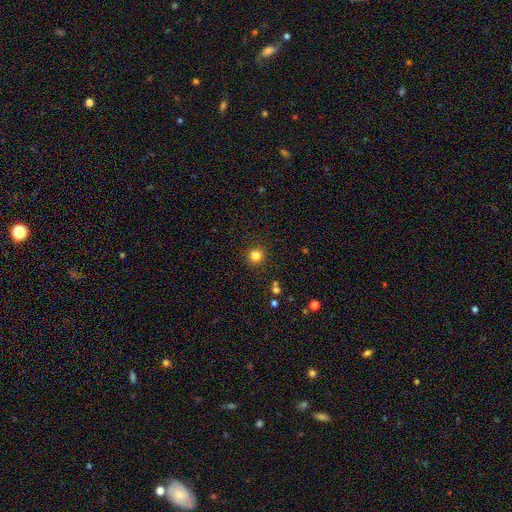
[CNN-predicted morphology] smooth 82%, star or artifact 13%, featured or disk 5%. Down the decision tree: how rounded — round (91%); merging — none (89%).